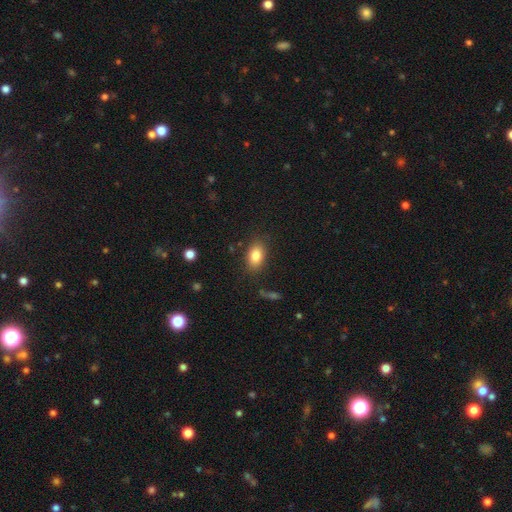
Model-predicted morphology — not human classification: smooth-or-featured: smooth: 84% | star or artifact: 8% | featured or disk: 8%
  how-rounded: in between: 86% | round: 11% | cigar-shaped: 3%
  merging: none: 83% | minor disturbance: 12% | major disturbance: 4% | merger: 2%